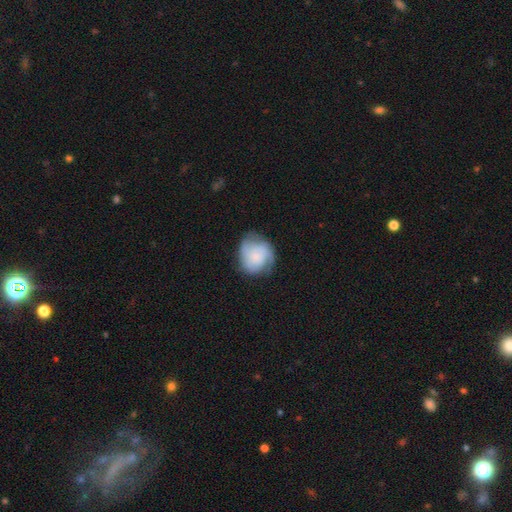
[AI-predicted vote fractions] This appears to be a smooth galaxy with no disk features (54%) that is round (69%). Merging: none (56%).